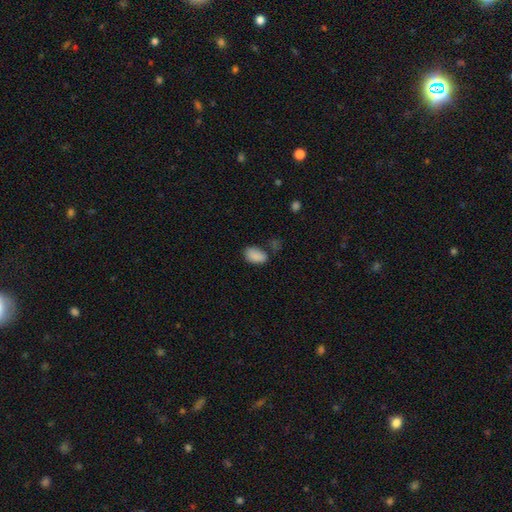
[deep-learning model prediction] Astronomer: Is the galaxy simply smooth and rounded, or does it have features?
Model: smooth — 86%.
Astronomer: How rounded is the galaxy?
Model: in between — 92%.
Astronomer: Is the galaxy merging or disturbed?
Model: none — 63%.